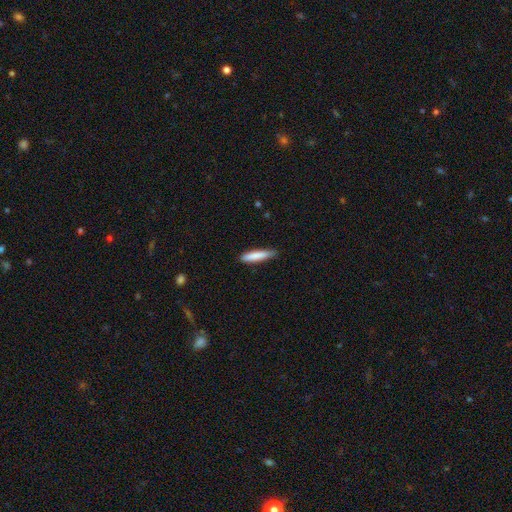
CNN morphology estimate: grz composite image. It shows a smooth galaxy with no disk features (82%) that is cigar-shaped (88%). Merging: none (81%).